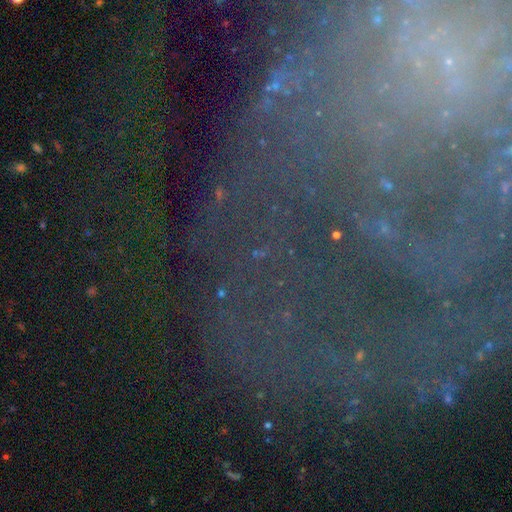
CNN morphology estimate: Q: Smooth or featured?
A: star or artifact (45%); runner-up: featured or disk (40%)